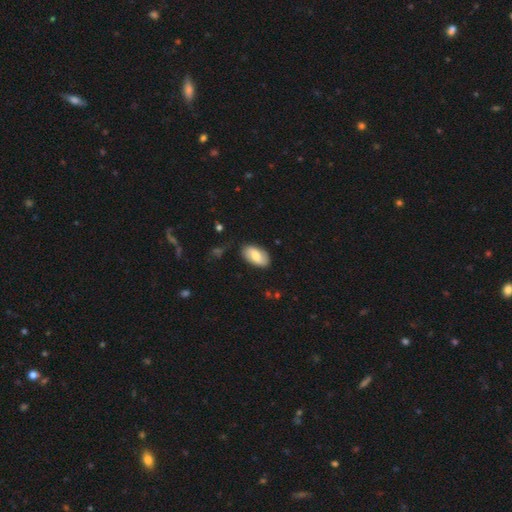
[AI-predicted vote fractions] A smooth galaxy with no disk features (63%) that is in between round and cigar-shaped (94%).

Vote fractions:
- Smooth or featured? smooth: 63% / featured or disk: 31% / star or artifact: 6%
- How rounded? in between: 94% / round: 4% / cigar-shaped: 2%
- Merging? none: 79% / minor disturbance: 16% / major disturbance: 3% / merger: 2%